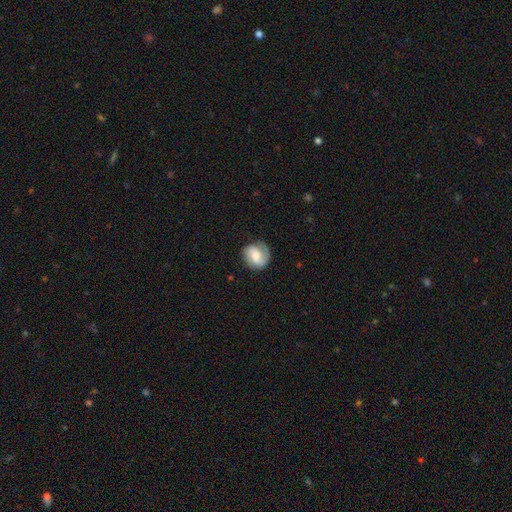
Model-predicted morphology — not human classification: Smooth or featured? featured or disk (52%)
Edge-on disk? no (98%)
Bar? weak (47%)
Spiral arms? yes (87%)
Bulge size? moderate (39%)
Merging? none (68%)